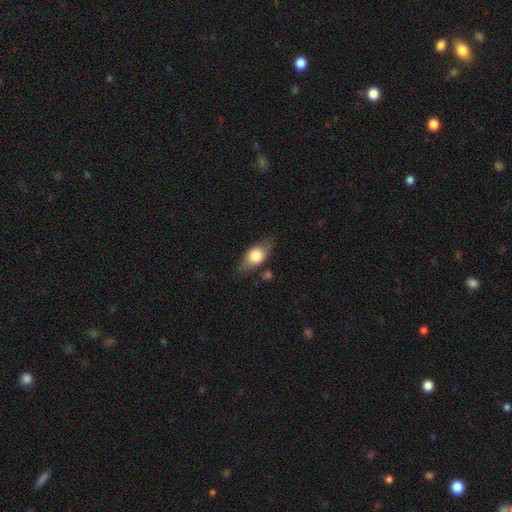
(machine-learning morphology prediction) A smooth galaxy with no disk features (69%) that is in between round and cigar-shaped (80%).

Vote fractions:
- Smooth or featured? smooth: 69% / featured or disk: 24% / star or artifact: 7%
- How rounded? in between: 80% / round: 12% / cigar-shaped: 8%
- Merging? none: 72% / minor disturbance: 18% / major disturbance: 5% / merger: 4%